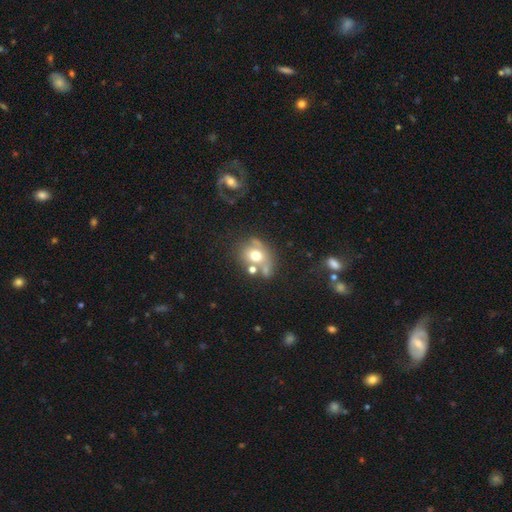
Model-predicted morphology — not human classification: smooth_or_featured: smooth (p=0.60) [alt: featured or disk p=0.27]
how_rounded: round (p=0.59) [alt: in between p=0.40]
merging: none (p=0.42) [alt: merger p=0.29]